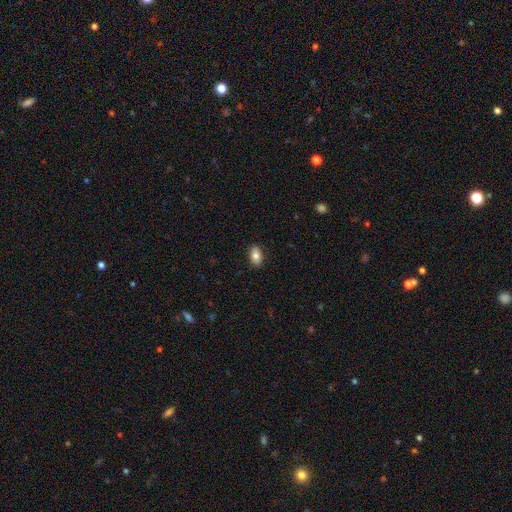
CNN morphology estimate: smooth-or-featured: smooth: 82% | featured or disk: 10% | star or artifact: 7%
  how-rounded: in between: 90% | round: 8% | cigar-shaped: 2%
  merging: none: 88% | minor disturbance: 9% | major disturbance: 2% | merger: 1%